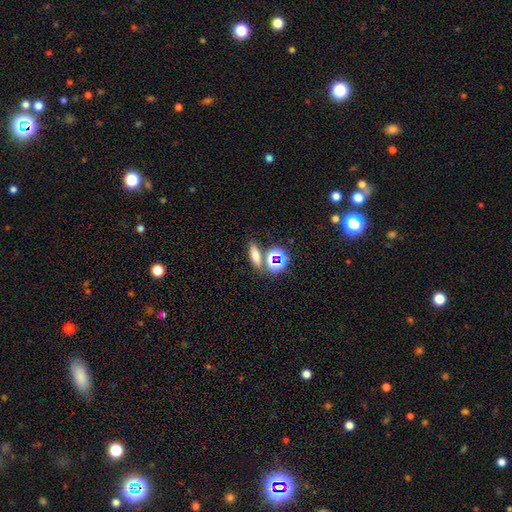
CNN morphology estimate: Smooth or featured? Predicted: smooth (p=0.61). How rounded? Predicted: cigar-shaped (p=0.48). Merging? Predicted: none (p=0.72).